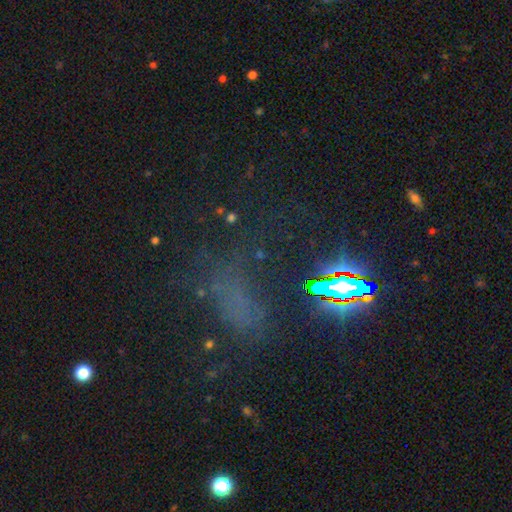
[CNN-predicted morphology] A star or artifact, not a galaxy (57%).

Vote fractions:
- Smooth or featured? star or artifact: 57% / smooth: 27% / featured or disk: 16%